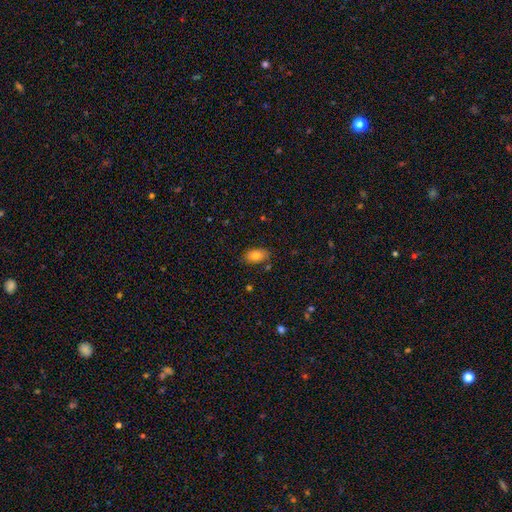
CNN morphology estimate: This appears to be a smooth galaxy with no disk features (78%) that is in between round and cigar-shaped (90%). Merging: none (77%).